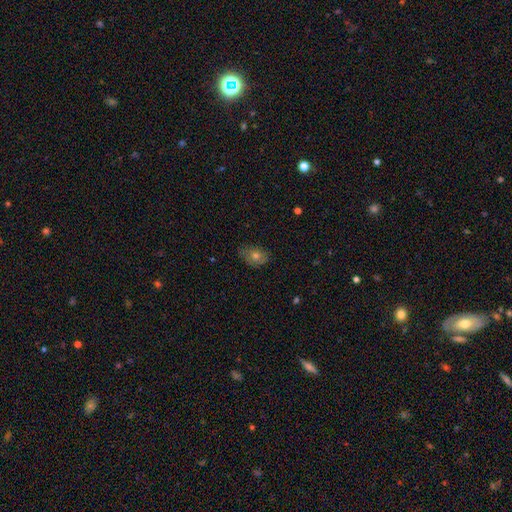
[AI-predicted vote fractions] smooth-or-featured: smooth: 59% | featured or disk: 28% | star or artifact: 13%
  how-rounded: in between: 68% | round: 30% | cigar-shaped: 2%
  merging: none: 71% | minor disturbance: 23% | major disturbance: 5% | merger: 1%